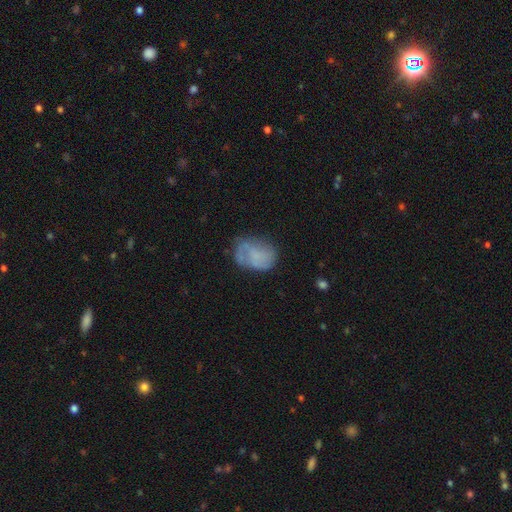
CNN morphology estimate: A smooth galaxy with no disk features (54%) that is in between round and cigar-shaped (73%).

Vote fractions:
- Smooth or featured? smooth: 54% / featured or disk: 37% / star or artifact: 10%
- How rounded? in between: 73% / round: 26% / cigar-shaped: 1%
- Merging? none: 52% / minor disturbance: 28% / major disturbance: 16% / merger: 4%